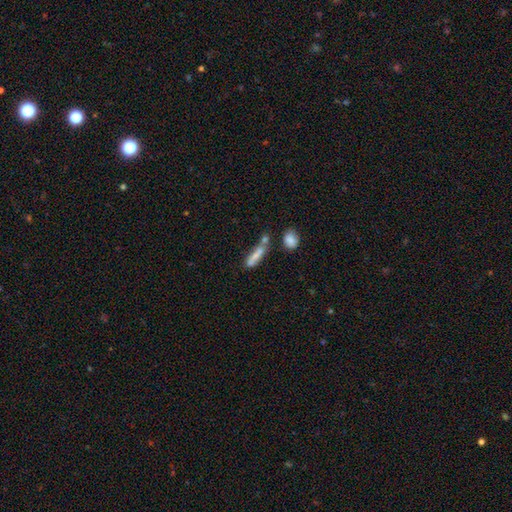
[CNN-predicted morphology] smooth 67%, featured or disk 24%, star or artifact 9%. Down the decision tree: how rounded — cigar-shaped (71%); merging — none (42%).